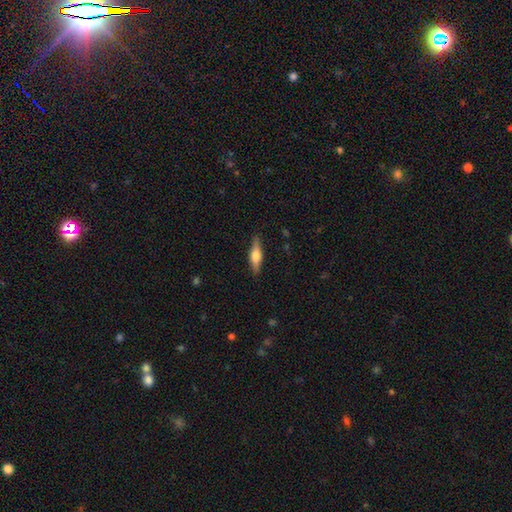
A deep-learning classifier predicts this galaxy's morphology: Smooth or featured?
  - smooth: 51% *
  - featured or disk: 43%
  - star or artifact: 6%
How rounded?
  - cigar-shaped: 61% *
  - in between: 37%
  - round: 3%
Merging?
  - none: 87% *
  - minor disturbance: 10%
  - major disturbance: 2%
  - merger: 1%